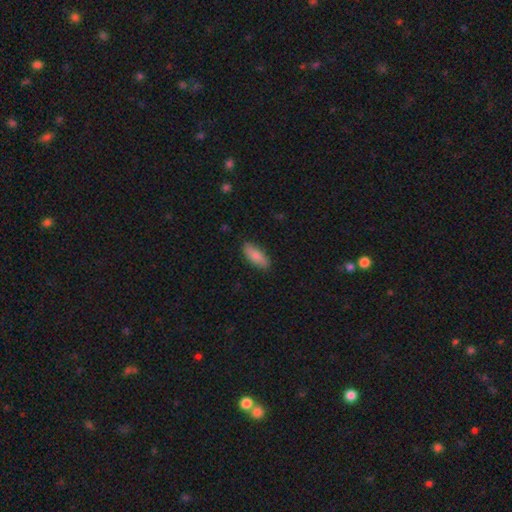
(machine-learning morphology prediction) A smooth galaxy with no disk features (82%) that is in between round and cigar-shaped (78%). Merging: none (86%).